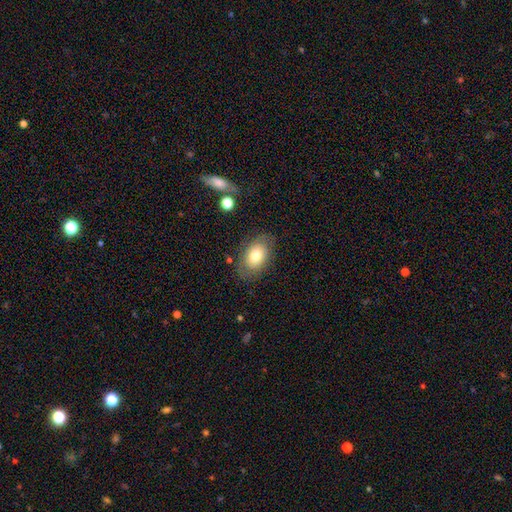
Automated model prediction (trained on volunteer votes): Overall: smooth (73%). How rounded: in between (87%). Merging: none (79%).